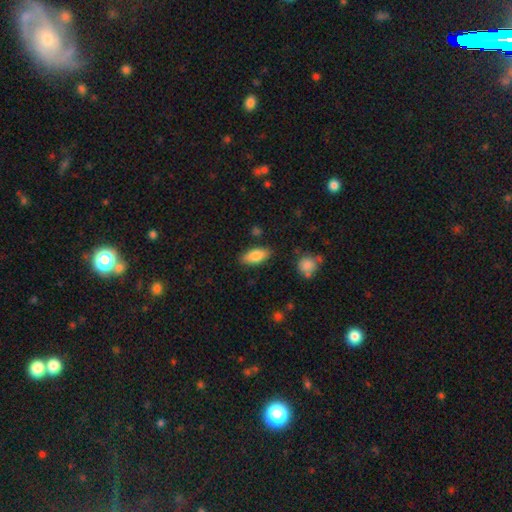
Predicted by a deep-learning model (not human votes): The model was most divided on "smooth or featured": smooth: 82%, featured or disk: 11%, star or artifact: 7%. More confident: how rounded — in between (85%); merging — none (84%).